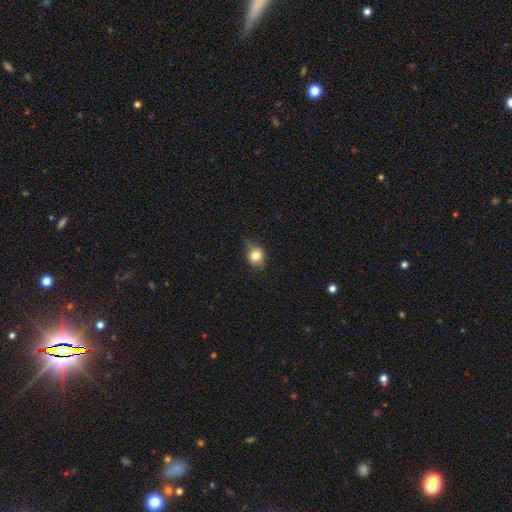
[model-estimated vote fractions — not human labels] Morphology: type=smooth (76%); roundness=round (61%); merging=none (57%).